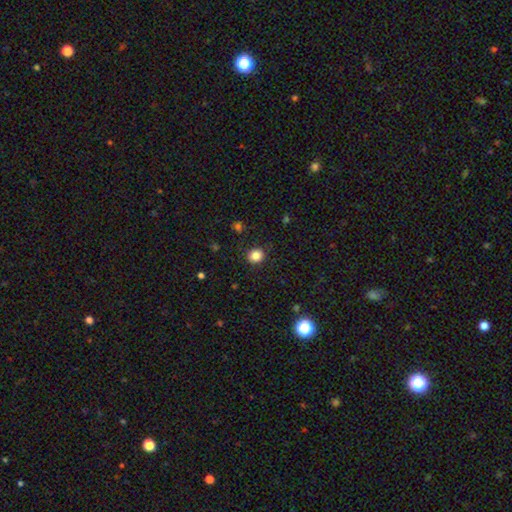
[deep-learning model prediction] Smooth or featured?
  - smooth: 85% *
  - star or artifact: 11%
  - featured or disk: 4%
How rounded?
  - round: 81% *
  - in between: 18%
  - cigar-shaped: 1%
Merging?
  - none: 89% *
  - minor disturbance: 8%
  - major disturbance: 2%
  - merger: 1%